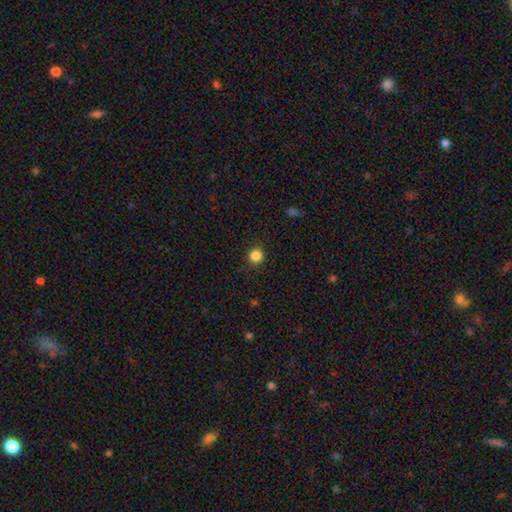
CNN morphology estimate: smooth 85%, star or artifact 11%, featured or disk 3%. Down the decision tree: how rounded — round (92%); merging — none (89%).